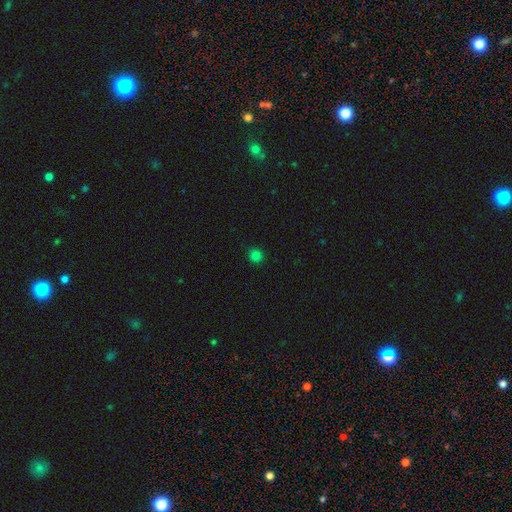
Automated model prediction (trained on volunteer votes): smooth 81%, star or artifact 16%, featured or disk 4%. Down the decision tree: how rounded — round (91%); merging — none (91%).